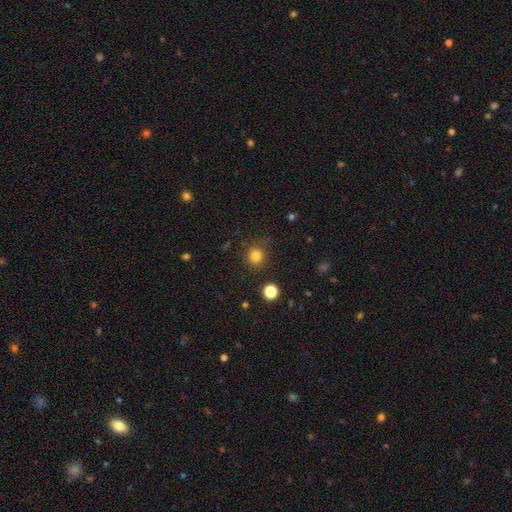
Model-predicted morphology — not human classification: Smooth or featured? smooth (82%)
How rounded? round (88%)
Merging? none (81%)